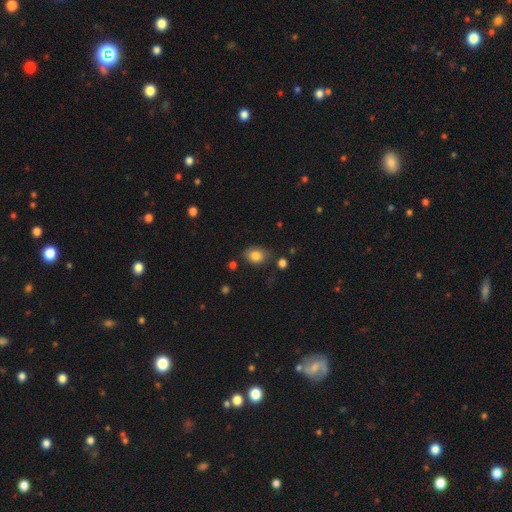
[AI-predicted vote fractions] Overall: smooth (83%). How rounded: in between (66%; round 33%). Merging: none (71%).